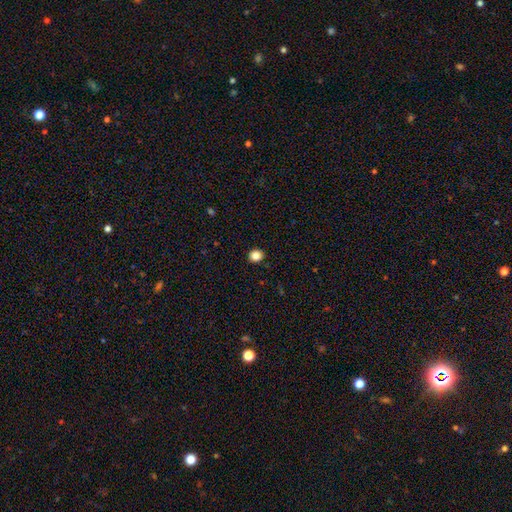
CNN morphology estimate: smooth-or-featured: smooth: 86% | star or artifact: 11% | featured or disk: 4%
  how-rounded: round: 80% | in between: 19% | cigar-shaped: 1%
  merging: none: 92% | minor disturbance: 5% | major disturbance: 2% | merger: 1%